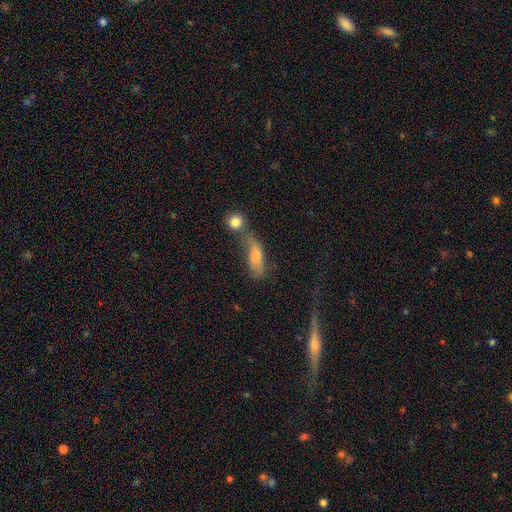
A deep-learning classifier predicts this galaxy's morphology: Smooth or featured: smooth — 61% (featured or disk — 28%)
How rounded: in between — 59% (cigar-shaped — 33%)
Merging: merger — 39% (none — 31%)